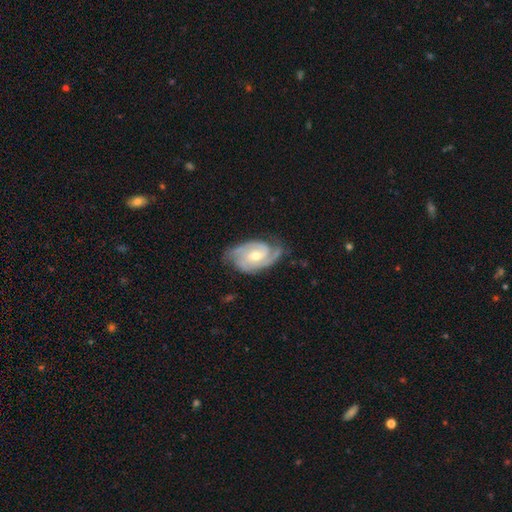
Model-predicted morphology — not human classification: Smooth or featured: featured or disk — 88% (smooth — 7%)
Edge-on disk: no — 97% (yes — 3%)
Bar: no — 49% (weak — 41%)
Spiral arms: yes — 97% (no — 3%)
Spiral winding: tight — 55% (medium — 37%)
Spiral arm count: 2 — 56% (3 — 24%)
Bulge size: moderate — 61% (small — 35%)
Merging: none — 73% (minor disturbance — 20%)